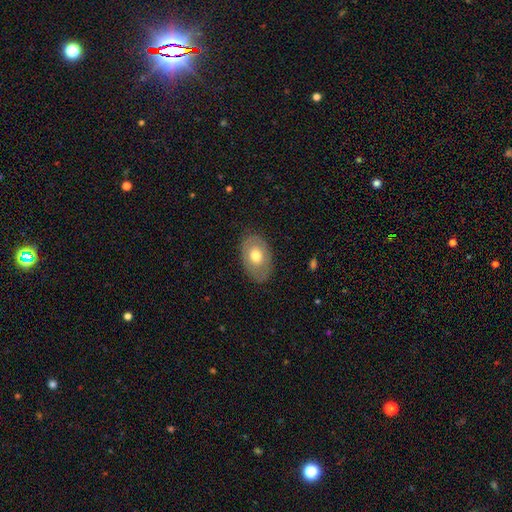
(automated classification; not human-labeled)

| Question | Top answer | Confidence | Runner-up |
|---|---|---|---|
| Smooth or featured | smooth | 65% | featured or disk (29%) |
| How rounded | in between | 86% | round (13%) |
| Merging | none | 83% | minor disturbance (13%) |